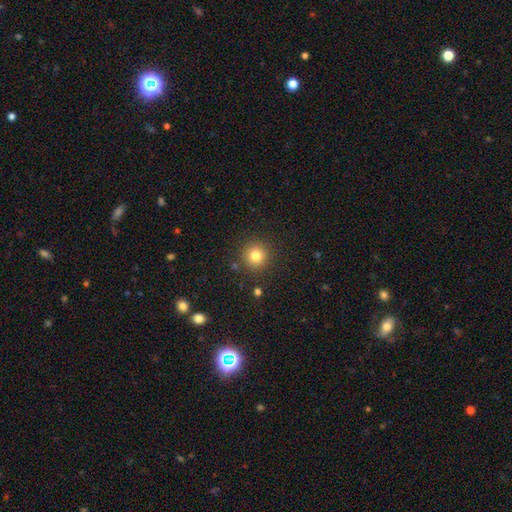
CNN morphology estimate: smooth 81%, star or artifact 13%, featured or disk 7%. Down the decision tree: how rounded — round (95%); merging — none (89%).